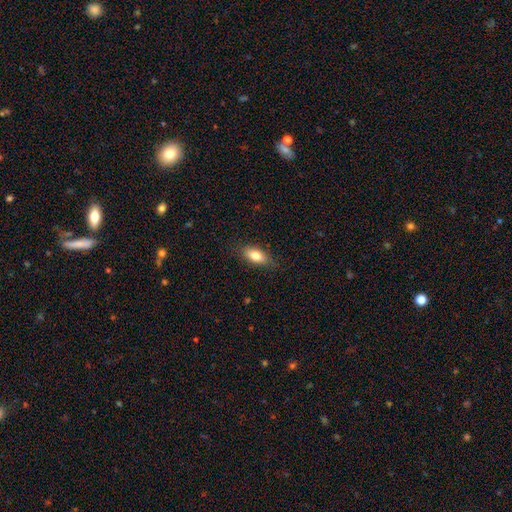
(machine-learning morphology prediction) A smooth galaxy with no disk features (77%) that is in between round and cigar-shaped (83%). Merging: none (82%).